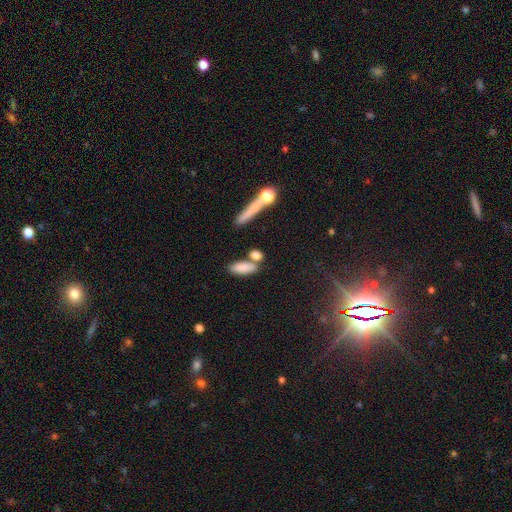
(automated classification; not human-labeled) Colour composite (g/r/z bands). It shows a smooth galaxy with no disk features (81%) that is in between round and cigar-shaped (61%). Merging: none (58%).